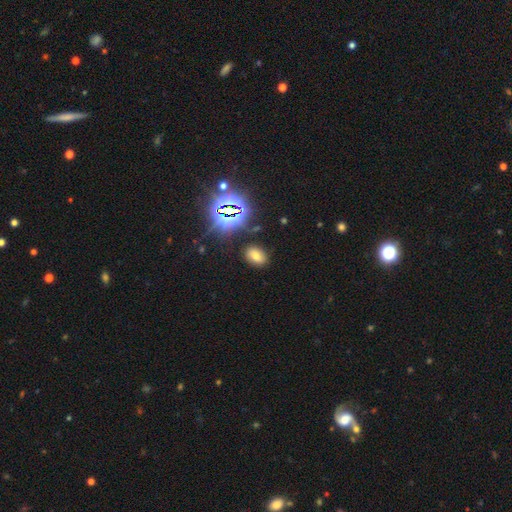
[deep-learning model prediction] Smooth or featured? Predicted: smooth (p=0.57). How rounded? Predicted: in between (p=0.77). Merging? Predicted: none (p=0.86).